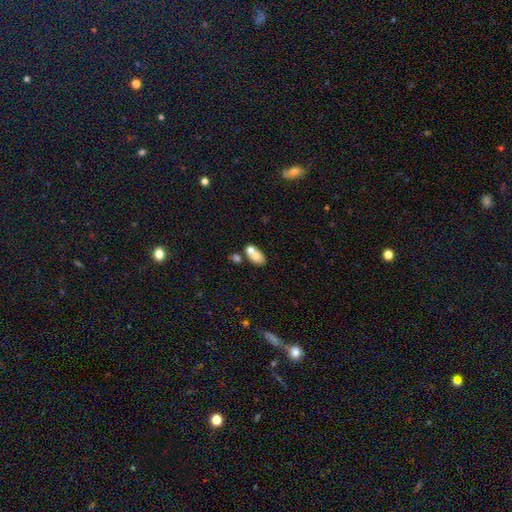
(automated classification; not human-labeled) smooth-or-featured: smooth: 70% | featured or disk: 20% | star or artifact: 10%
  how-rounded: in between: 82% | round: 16% | cigar-shaped: 2%
  merging: merger: 49% | none: 36% | minor disturbance: 10% | major disturbance: 4%